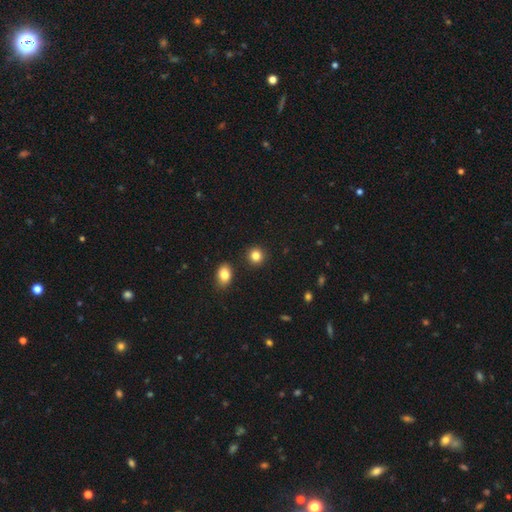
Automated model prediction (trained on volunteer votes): Q: Smooth or featured?
A: smooth (84%); runner-up: star or artifact (11%)
Q: How rounded?
A: round (88%); runner-up: in between (11%)
Q: Merging?
A: none (89%); runner-up: minor disturbance (6%)